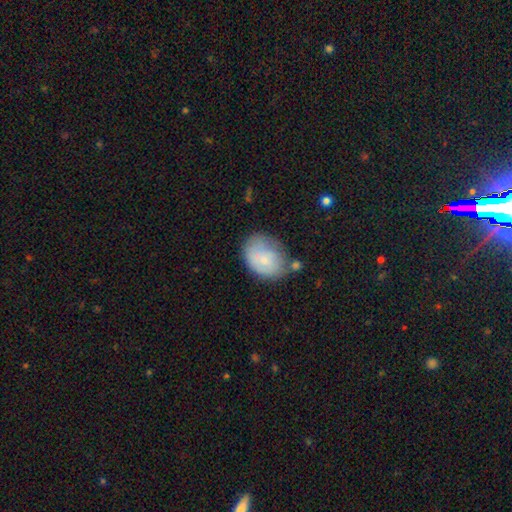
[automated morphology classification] Smooth or featured? smooth (64%)
How rounded? in between (60%)
Merging? none (44%)